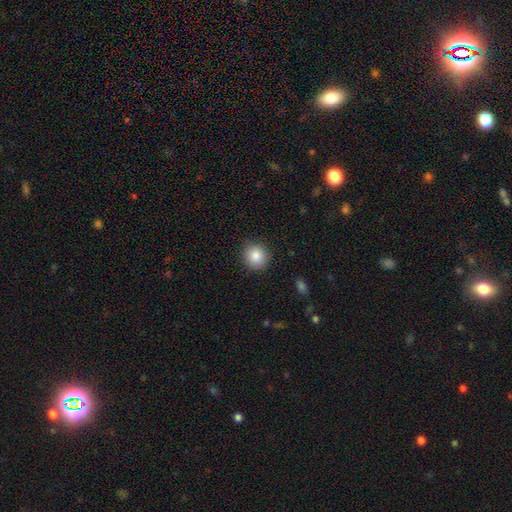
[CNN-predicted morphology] Smooth or featured: smooth — 85% (star or artifact — 9%)
How rounded: round — 90% (in between — 9%)
Merging: none — 89% (minor disturbance — 8%)